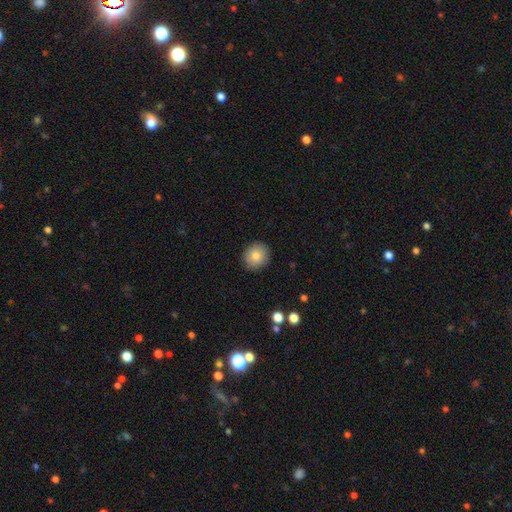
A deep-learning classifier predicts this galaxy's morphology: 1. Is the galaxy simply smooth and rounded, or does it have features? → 80% smooth, 11% featured or disk, 9% star or artifact.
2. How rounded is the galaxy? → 85% round, 14% in between, 1% cigar-shaped.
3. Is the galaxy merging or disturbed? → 89% none, 8% minor disturbance, 2% major disturbance, 1% merger.